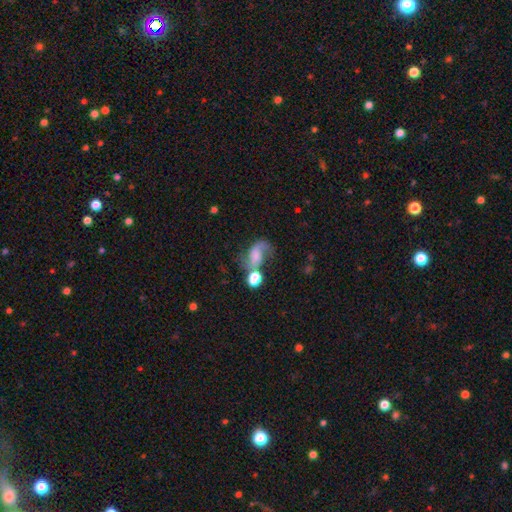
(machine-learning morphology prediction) smooth-or-featured: featured or disk: 56% | smooth: 32% | star or artifact: 12%
  disk-edge-on: no: 97% | yes: 3%
    bar: no: 59% | weak: 31% | strong: 10%
    has-spiral-arms: yes: 85% | no: 15%
    bulge-size: none: 30% | small: 27% | moderate: 24% | large: 14% | dominant: 5%
  merging: merger: 31% (tied) | none: 31% (tied) | major disturbance: 22% | minor disturbance: 16%